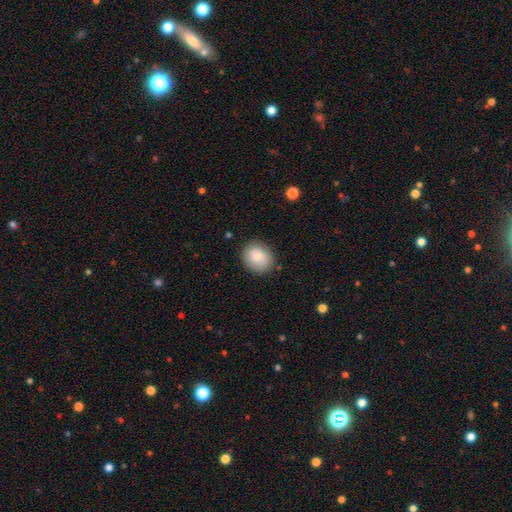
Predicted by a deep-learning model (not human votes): A smooth galaxy with no disk features (78%) that is round (64%).

Vote fractions:
- Smooth or featured? smooth: 78% / featured or disk: 14% / star or artifact: 8%
- How rounded? round: 64% / in between: 35% / cigar-shaped: 1%
- Merging? none: 85% / minor disturbance: 11% / major disturbance: 3% / merger: 1%